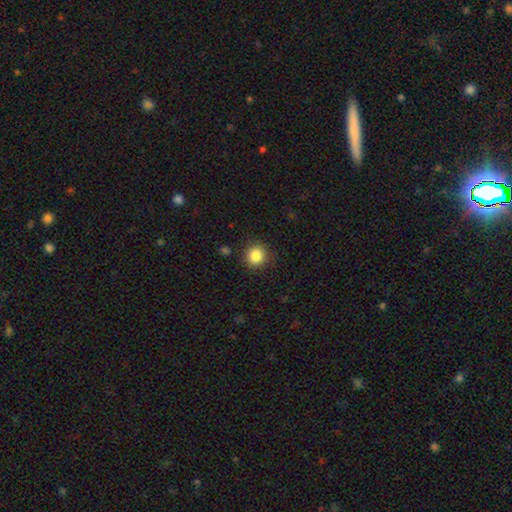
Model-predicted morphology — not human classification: This is clearly a smooth galaxy (85%). How rounded: clearly round (88%). Merging: clearly none (87%).